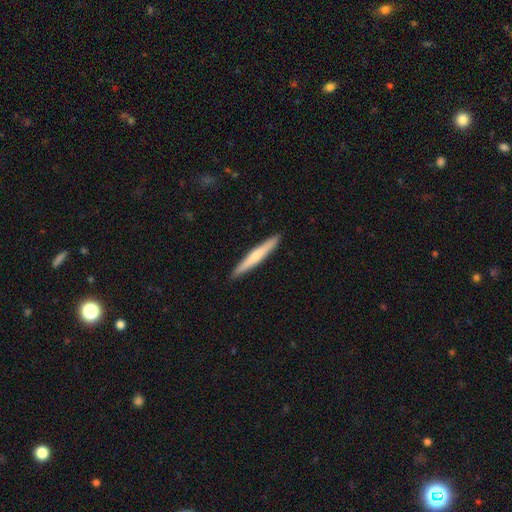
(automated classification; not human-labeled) Q: Smooth or featured?
A: smooth (52%); runner-up: featured or disk (43%)
Q: How rounded?
A: cigar-shaped (96%); runner-up: in between (3%)
Q: Merging?
A: none (92%); runner-up: minor disturbance (6%)